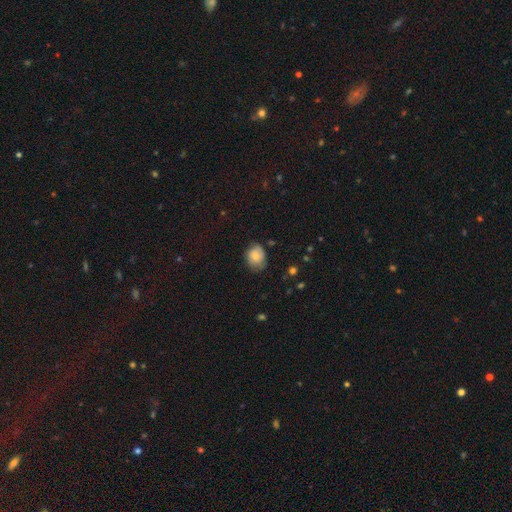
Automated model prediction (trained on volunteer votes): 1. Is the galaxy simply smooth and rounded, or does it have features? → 72% smooth, 20% featured or disk, 9% star or artifact.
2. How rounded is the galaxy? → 51% in between, 48% round, 1% cigar-shaped.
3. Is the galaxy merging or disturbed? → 62% none, 30% minor disturbance, 6% major disturbance, 1% merger.